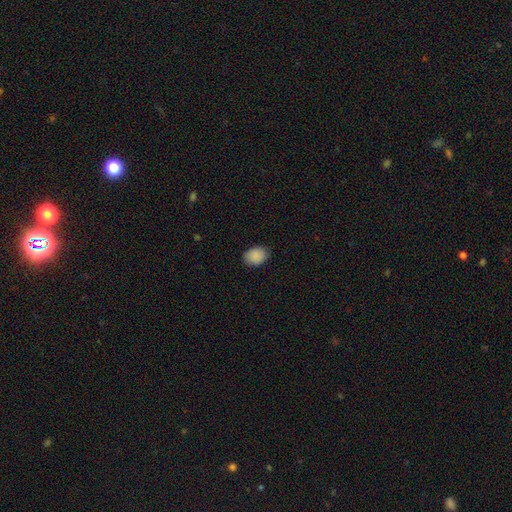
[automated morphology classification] Smooth or featured: smooth — 89% (star or artifact — 8%)
How rounded: in between — 67% (round — 32%)
Merging: none — 85% (minor disturbance — 12%)